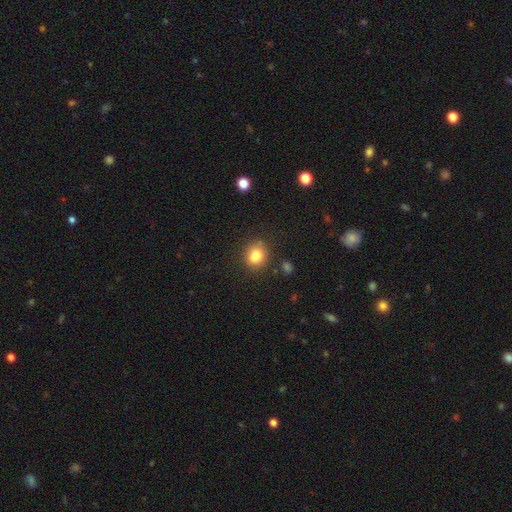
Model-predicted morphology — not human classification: Overall: smooth (84%). How rounded: round (63%; in between 36%). Merging: none (79%).